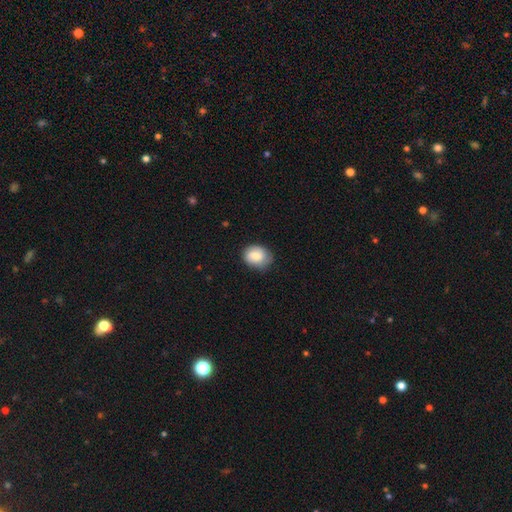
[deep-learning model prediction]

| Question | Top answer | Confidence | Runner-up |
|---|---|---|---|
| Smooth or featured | smooth | 78% | featured or disk (15%) |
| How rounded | round | 53% | in between (46%) |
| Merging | none | 74% | minor disturbance (21%) |